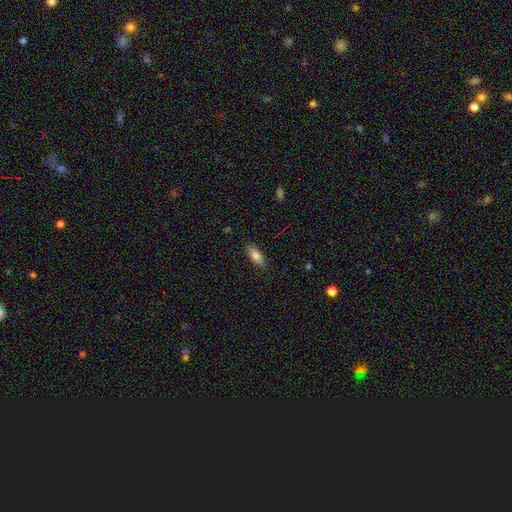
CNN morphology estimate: Q: Smooth or featured?
A: smooth (78%); runner-up: featured or disk (15%)
Q: How rounded?
A: in between (75%); runner-up: cigar-shaped (23%)
Q: Merging?
A: none (85%); runner-up: minor disturbance (11%)